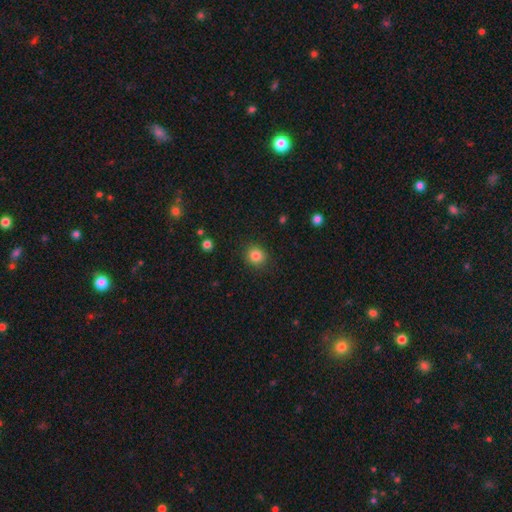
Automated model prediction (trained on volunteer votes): smooth-or-featured: smooth: 84% | star or artifact: 11% | featured or disk: 5%
  how-rounded: round: 85% | in between: 14% | cigar-shaped: 1%
  merging: none: 90% | minor disturbance: 7% | major disturbance: 2% | merger: 1%